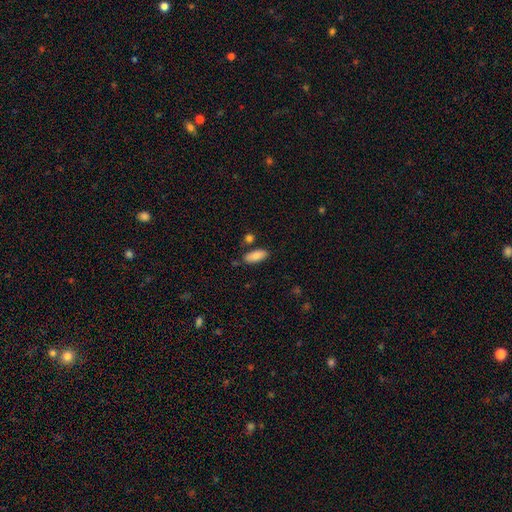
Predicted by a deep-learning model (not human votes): The model was most divided on "merging": none: 78%, minor disturbance: 13%, merger: 6%, major disturbance: 3%. More confident: smooth or featured — smooth (88%); how rounded — in between (84%).